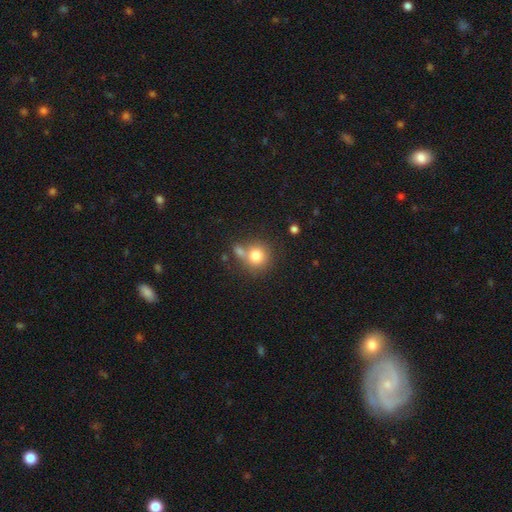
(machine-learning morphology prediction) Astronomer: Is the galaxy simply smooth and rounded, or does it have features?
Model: smooth — 78%.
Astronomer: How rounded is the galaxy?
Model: round — 88%.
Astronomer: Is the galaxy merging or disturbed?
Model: none — 55%.